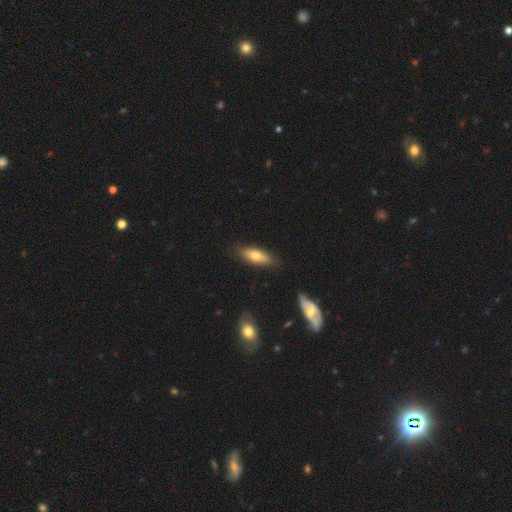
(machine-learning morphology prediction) A smooth galaxy with no disk features (67%) that is in between round and cigar-shaped (62%). Merging: none (83%).